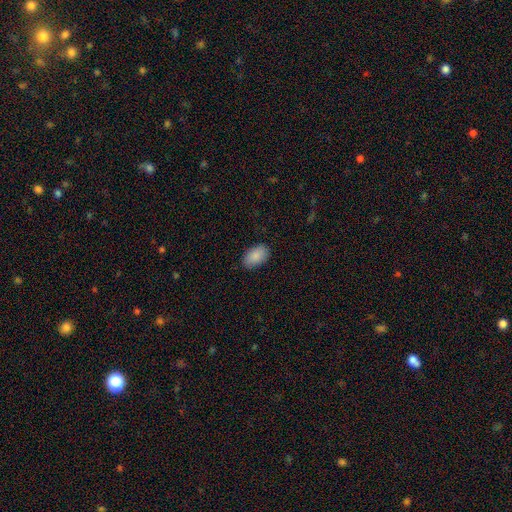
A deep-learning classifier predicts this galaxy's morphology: Smooth or featured: smooth — 88% (star or artifact — 7%)
How rounded: in between — 93% (round — 6%)
Merging: none — 86% (minor disturbance — 11%)